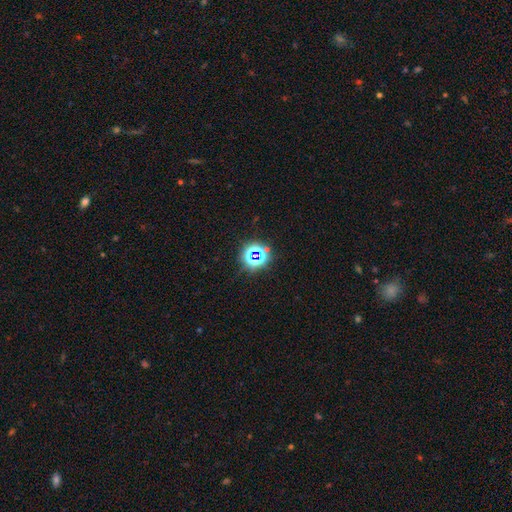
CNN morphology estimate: Q: Smooth or featured?
A: star or artifact (69%); runner-up: smooth (22%)